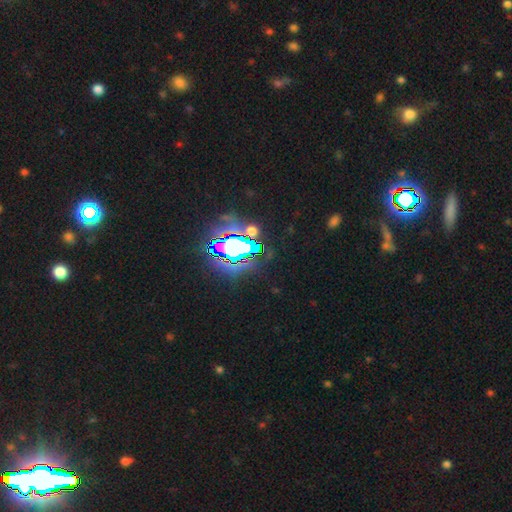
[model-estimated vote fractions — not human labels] Smooth or featured? star or artifact (76%)